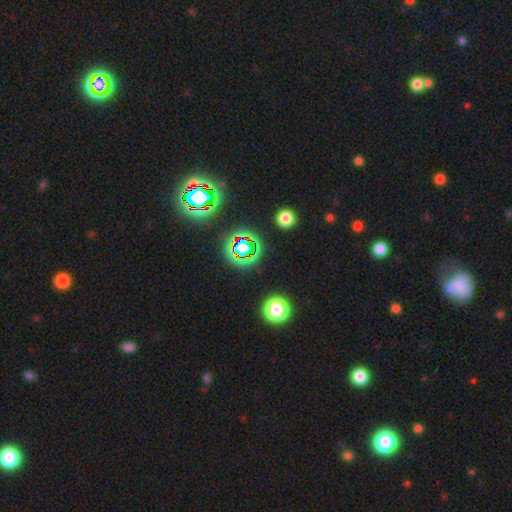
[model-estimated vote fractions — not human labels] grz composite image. It shows a star or artifact, not a galaxy (75%).